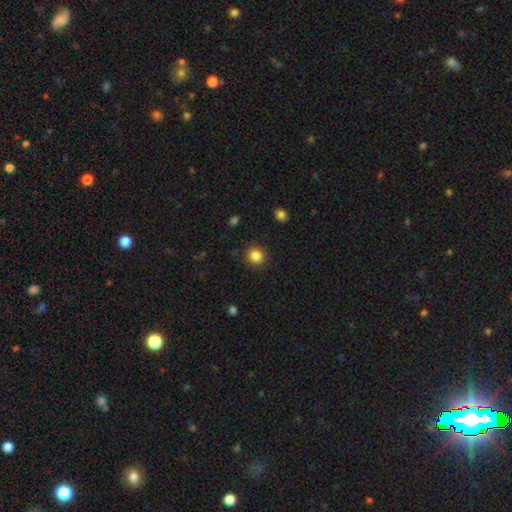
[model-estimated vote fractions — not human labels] Morphology: type=smooth (85%); roundness=round (89%); merging=none (90%).